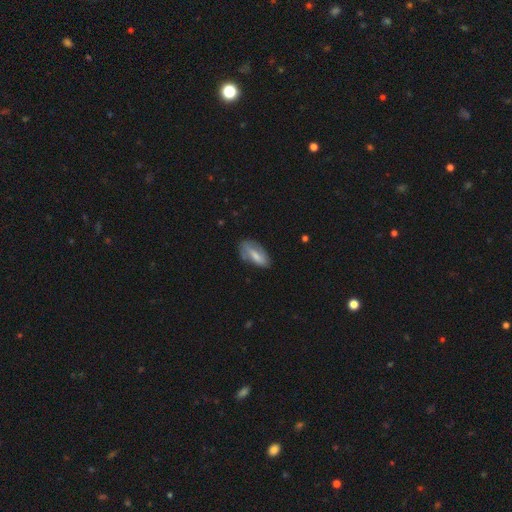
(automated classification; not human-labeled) Smooth or featured? Predicted: smooth (p=0.62). How rounded? Predicted: in between (p=0.81). Merging? Predicted: none (p=0.62).